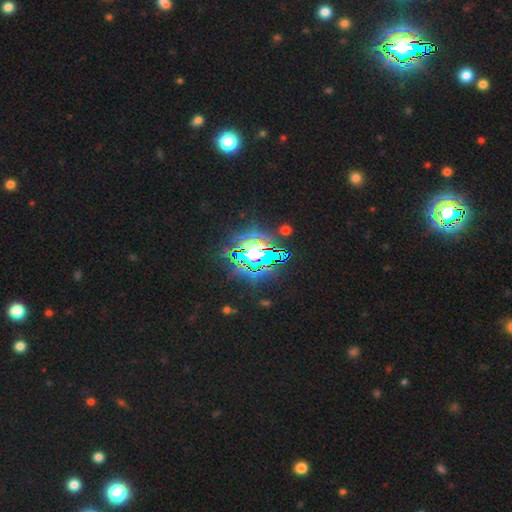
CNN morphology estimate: Smooth or featured? star or artifact (69%)